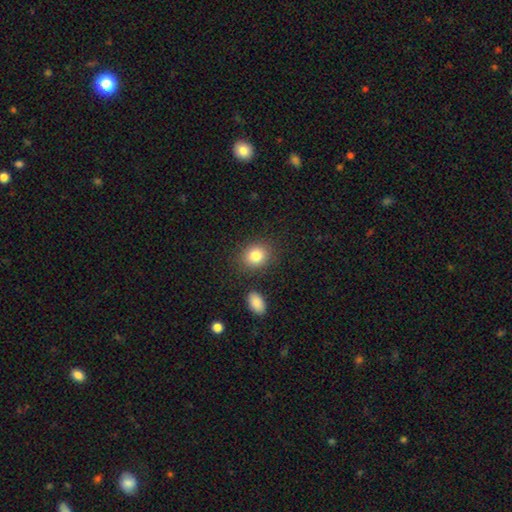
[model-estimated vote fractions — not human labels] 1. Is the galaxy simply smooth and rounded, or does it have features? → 83% smooth, 9% star or artifact, 7% featured or disk.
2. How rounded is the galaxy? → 59% round, 40% in between, 1% cigar-shaped.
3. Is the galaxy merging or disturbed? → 82% none, 10% minor disturbance, 4% merger, 3% major disturbance.